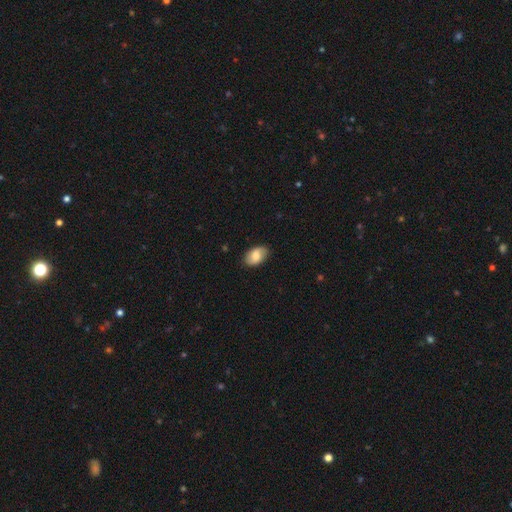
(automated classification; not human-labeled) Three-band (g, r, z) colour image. It shows a smooth galaxy with no disk features (76%) that is in between round and cigar-shaped (91%). Merging: none (85%).